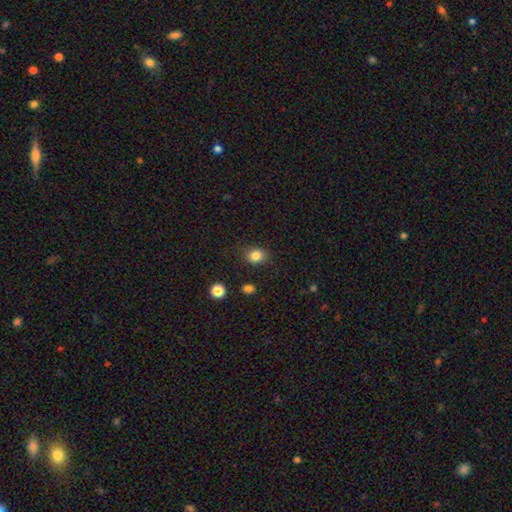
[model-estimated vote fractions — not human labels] A smooth galaxy with no disk features (83%) that is round (58%). Merging: none (82%).